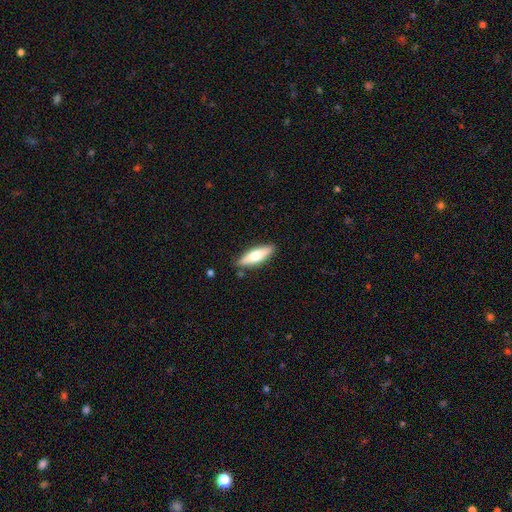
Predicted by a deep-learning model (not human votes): Smooth or featured? smooth (58%)
How rounded? in between (49%, tied with cigar-shaped)
Merging? none (85%)